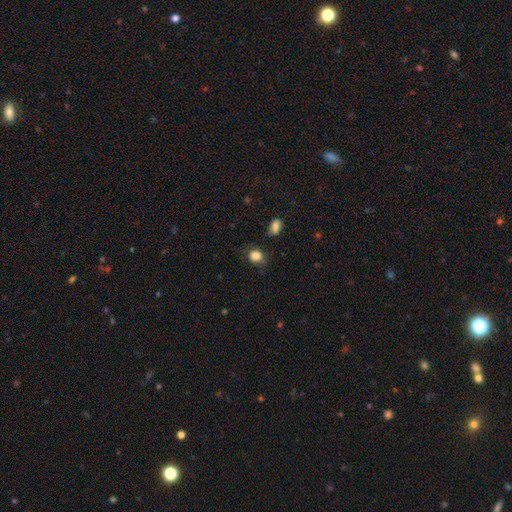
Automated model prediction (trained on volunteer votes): Smooth or featured? smooth (84%)
How rounded? round (70%)
Merging? none (73%)